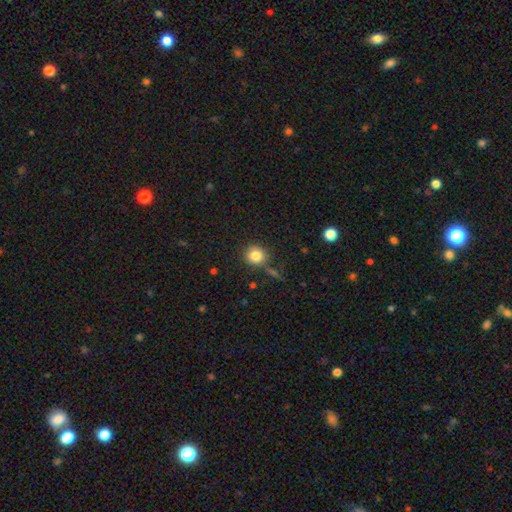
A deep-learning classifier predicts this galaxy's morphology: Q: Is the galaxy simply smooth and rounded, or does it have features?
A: smooth — 83%.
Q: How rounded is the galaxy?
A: round — 87%.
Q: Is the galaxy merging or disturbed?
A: none — 78%.